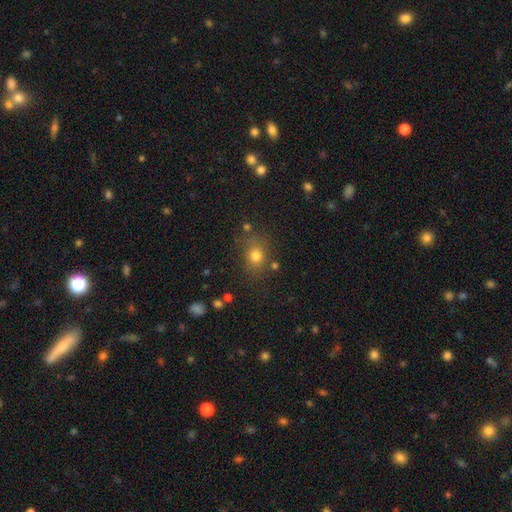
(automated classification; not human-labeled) A smooth galaxy with no disk features (75%) that is round (62%). Merging: none (74%).